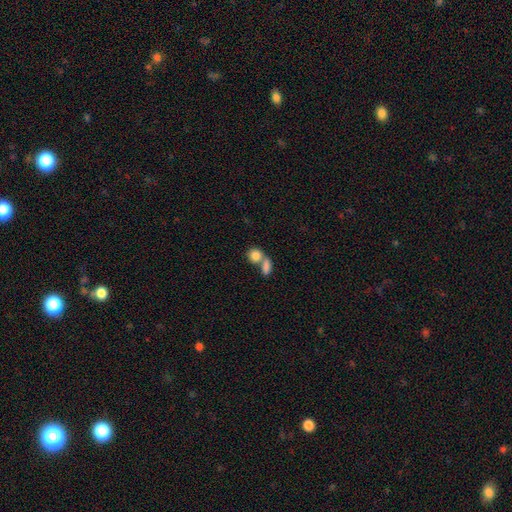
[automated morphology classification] This appears to be a smooth galaxy with no disk features (83%) that is round (61%). Merging: merger (58%).